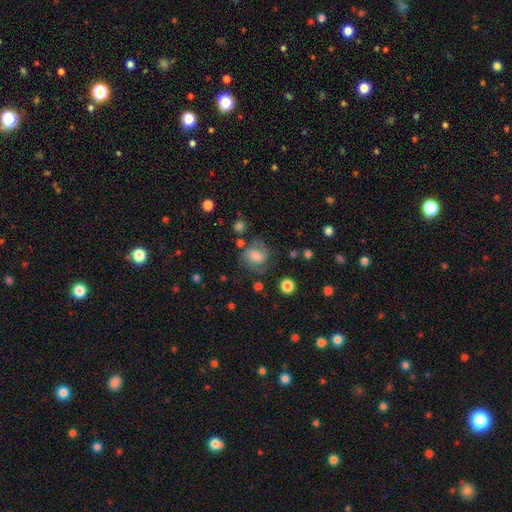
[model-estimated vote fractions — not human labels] Smooth or featured?
  - smooth: 49% *
  - featured or disk: 41%
  - star or artifact: 11%
Merging?
  - none: 61% *
  - minor disturbance: 21%
  - major disturbance: 14%
  - merger: 4%